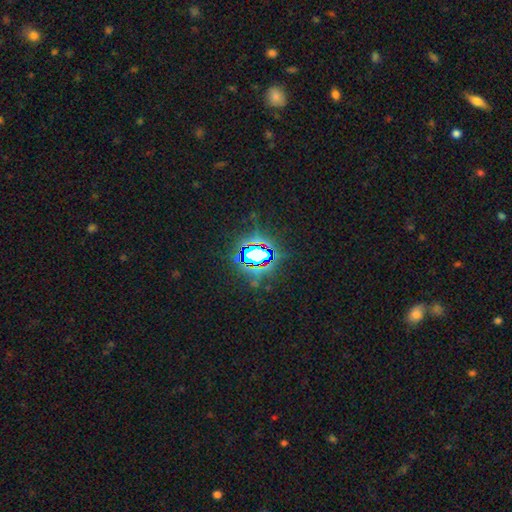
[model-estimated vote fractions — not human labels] star or artifact 75%, smooth 14%, featured or disk 11%.